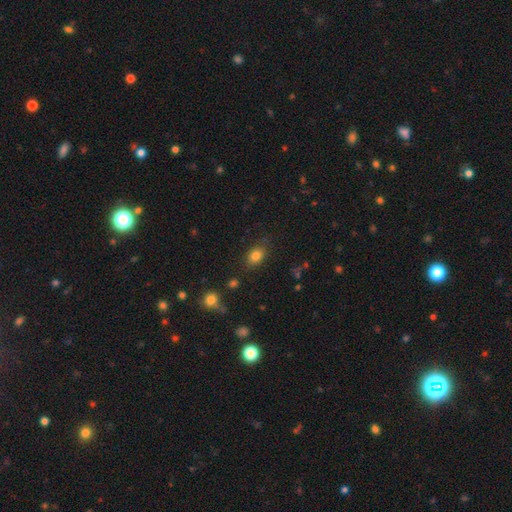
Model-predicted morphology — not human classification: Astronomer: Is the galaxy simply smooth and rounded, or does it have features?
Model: smooth — 82%.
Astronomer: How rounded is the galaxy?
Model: in between — 73%.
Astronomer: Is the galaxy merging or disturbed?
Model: none — 80%.